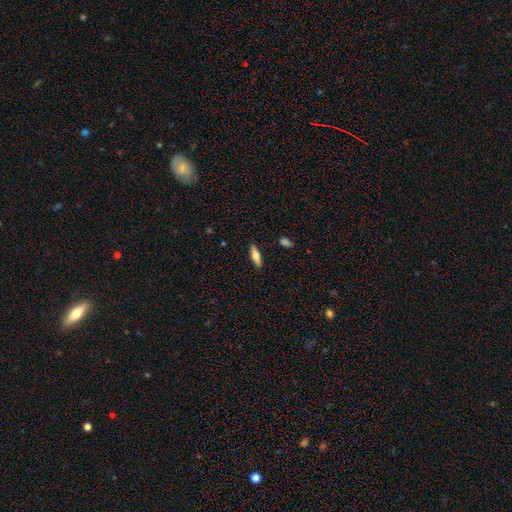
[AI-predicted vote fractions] Smooth or featured? smooth (58%)
How rounded? cigar-shaped (57%)
Merging? none (89%)